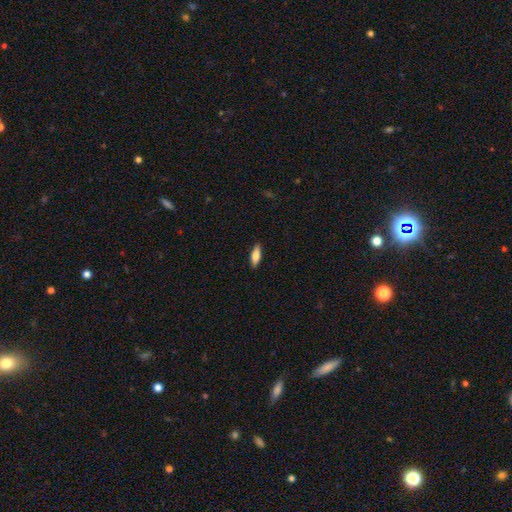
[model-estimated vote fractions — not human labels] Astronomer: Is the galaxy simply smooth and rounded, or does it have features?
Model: smooth — 73%.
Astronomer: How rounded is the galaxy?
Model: in between — 56% (runner-up: cigar-shaped, 42%).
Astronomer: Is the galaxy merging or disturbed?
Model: none — 89%.